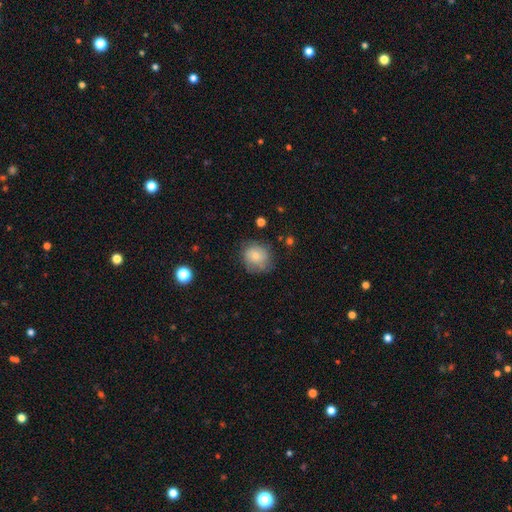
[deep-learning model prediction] Overall: smooth (73%). How rounded: round (82%). Merging: none (69%).